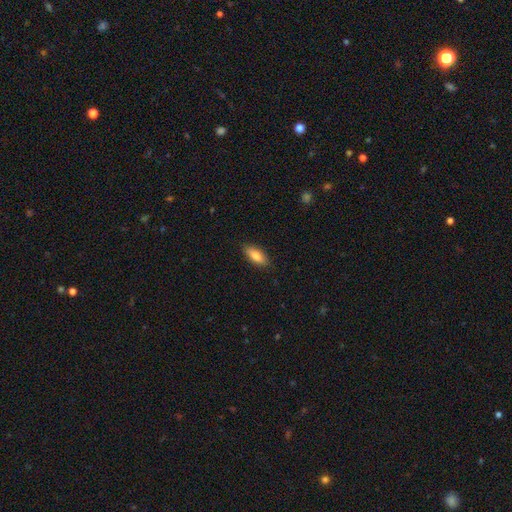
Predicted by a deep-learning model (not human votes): smooth_or_featured: smooth (p=0.80) [alt: featured or disk p=0.13]
how_rounded: in between (p=0.76) [alt: cigar-shaped p=0.21]
merging: none (p=0.87) [alt: minor disturbance p=0.10]